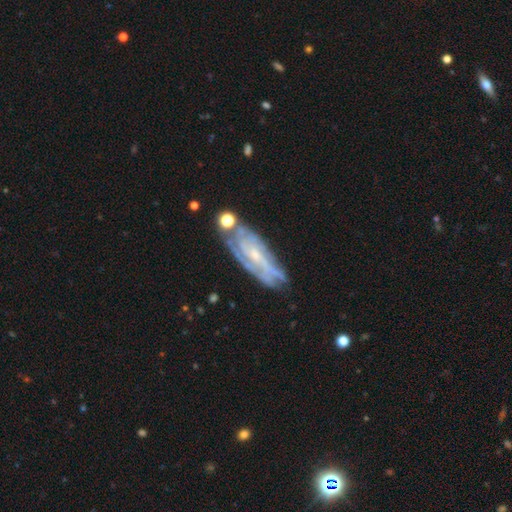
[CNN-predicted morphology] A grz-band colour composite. It shows a featured or disk galaxy (78%) with no bar (57%), tight (61%) spiral arms (87%) and a small central bulge (74%). Merging: none (63%).